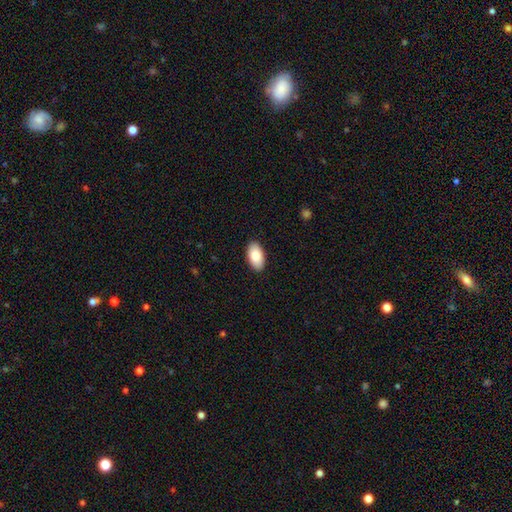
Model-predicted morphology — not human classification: Smooth or featured?
  - smooth: 85% *
  - featured or disk: 9%
  - star or artifact: 6%
How rounded?
  - in between: 96% *
  - round: 2%
  - cigar-shaped: 2%
Merging?
  - none: 90% *
  - minor disturbance: 7%
  - major disturbance: 2%
  - merger: 1%